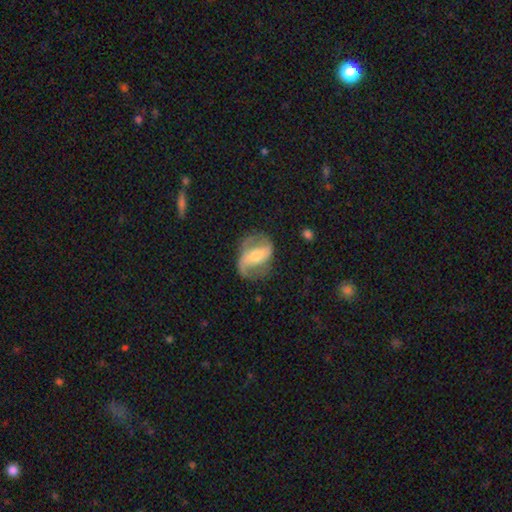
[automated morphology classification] type=featured or disk (75%); edge-on=no (95%); bar=strong (47%); spiral arms=yes (83%); winding=loose (43%); arm count=2 (83%); bulge=moderate (60%); merging=none (65%).